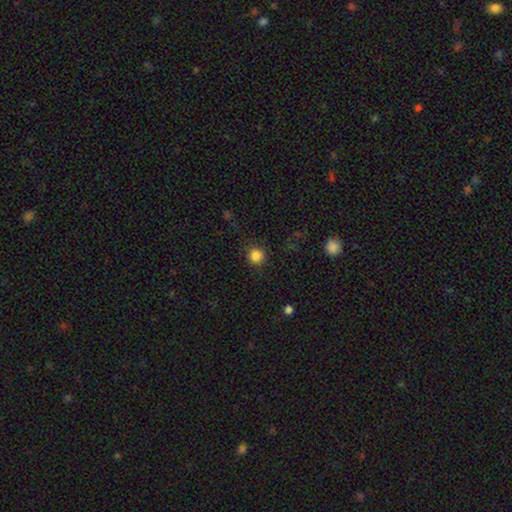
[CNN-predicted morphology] Q: Smooth or featured?
A: smooth (85%); runner-up: star or artifact (11%)
Q: How rounded?
A: round (90%); runner-up: in between (9%)
Q: Merging?
A: none (84%); runner-up: minor disturbance (11%)